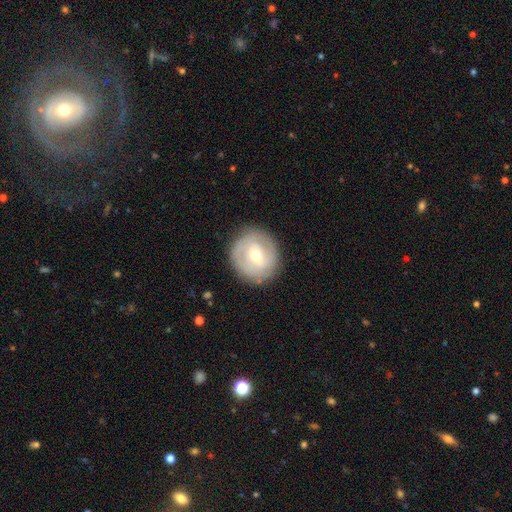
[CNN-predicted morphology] Q: Smooth or featured?
A: featured or disk (64%); runner-up: smooth (30%)
Q: Edge-on disk?
A: no (96%); runner-up: yes (4%)
Q: Bar?
A: weak (50%); runner-up: no (32%)
Q: Spiral arms?
A: yes (72%); runner-up: no (28%)
Q: Bulge size?
A: moderate (58%); runner-up: small (38%)
Q: Merging?
A: none (85%); runner-up: minor disturbance (11%)